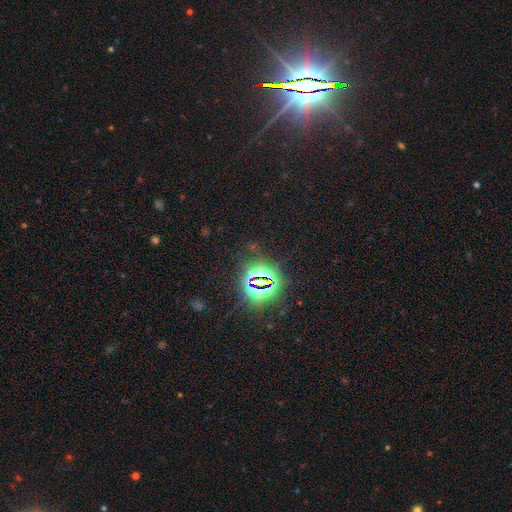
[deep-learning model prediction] star or artifact 83%, smooth 9%, featured or disk 8%.